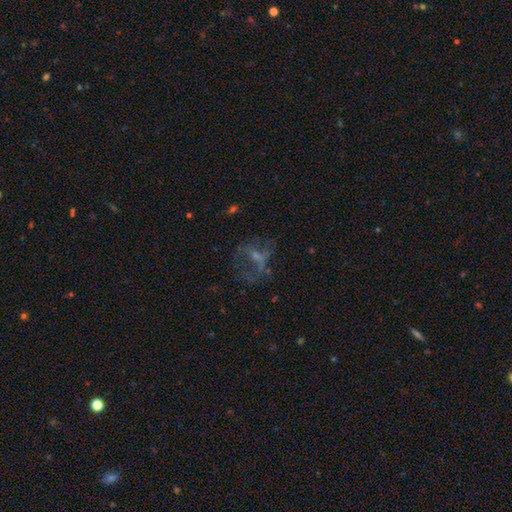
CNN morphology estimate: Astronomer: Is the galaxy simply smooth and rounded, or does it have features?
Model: featured or disk — 50% (runner-up: smooth, 26%).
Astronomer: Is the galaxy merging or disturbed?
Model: none — 42% (runner-up: major disturbance, 38%).